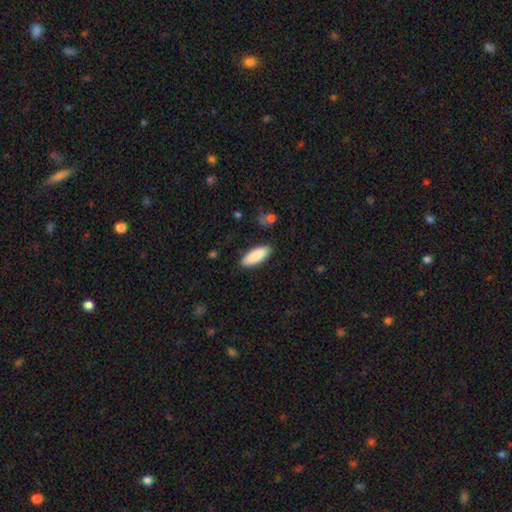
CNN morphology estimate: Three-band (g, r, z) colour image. It shows a smooth galaxy with no disk features (88%) that is in between round and cigar-shaped (71%). Merging: none (87%).